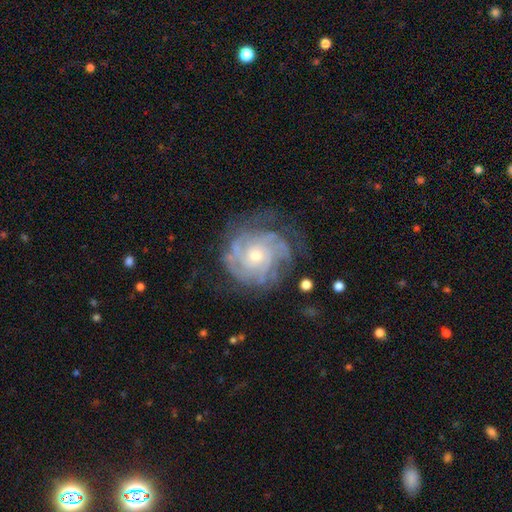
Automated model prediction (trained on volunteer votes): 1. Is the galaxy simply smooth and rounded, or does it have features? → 85% featured or disk, 9% smooth, 6% star or artifact.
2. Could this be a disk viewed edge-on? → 97% no, 3% yes.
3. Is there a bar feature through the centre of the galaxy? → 78% no, 19% weak, 3% strong.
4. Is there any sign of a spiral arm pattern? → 95% yes, 5% no.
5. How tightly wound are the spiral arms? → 71% tight, 24% medium, 6% loose.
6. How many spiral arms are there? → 37% can't tell, 21% 4, 16% 3, 10% 2, 9% more than 4, 6% 1.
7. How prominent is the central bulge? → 53% small, 42% moderate, 2% large, 1% none, 1% dominant.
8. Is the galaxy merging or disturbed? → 67% none, 20% minor disturbance, 12% major disturbance, 2% merger.